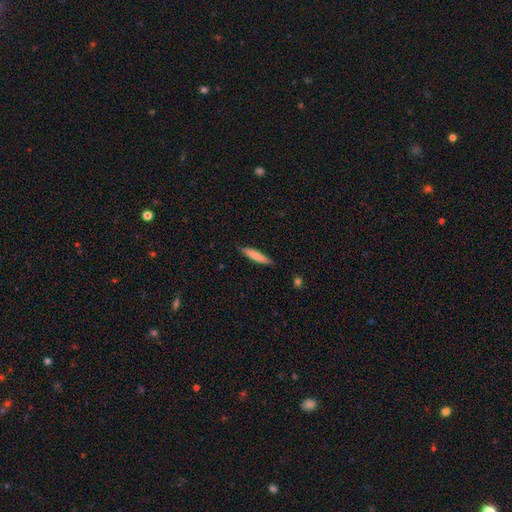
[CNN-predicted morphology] smooth-or-featured: smooth: 79% | featured or disk: 15% | star or artifact: 6%
  how-rounded: cigar-shaped: 88% | in between: 11% | round: 1%
  merging: none: 88% | minor disturbance: 10% | major disturbance: 2% | merger: 1%